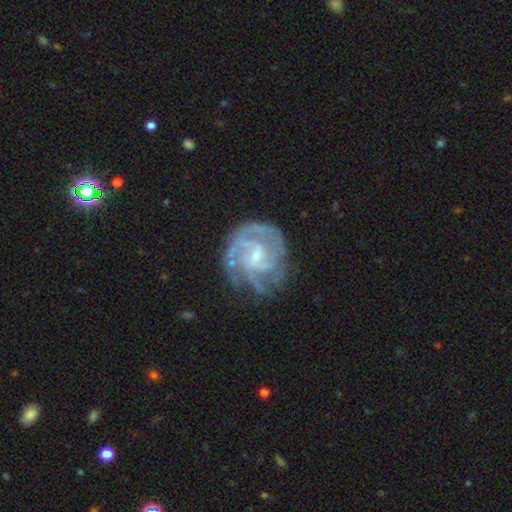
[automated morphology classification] Smooth or featured? Predicted: featured or disk (p=0.86). Edge-on disk? Predicted: no (p=0.98). Bar? Predicted: weak (p=0.50). Spiral arms? Predicted: yes (p=0.94). Spiral winding? Predicted: tight (p=0.52). Spiral arm count? Predicted: 3 (p=0.30). Bulge size? Predicted: small (p=0.71). Merging? Predicted: none (p=0.63).